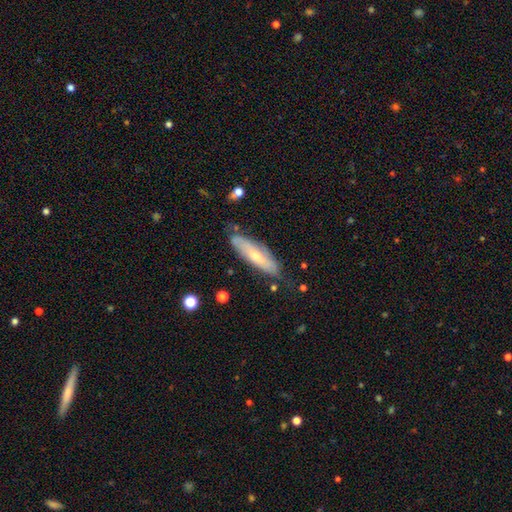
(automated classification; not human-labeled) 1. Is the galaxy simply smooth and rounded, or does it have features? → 47% smooth, 46% featured or disk, 7% star or artifact.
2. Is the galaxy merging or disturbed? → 73% none, 20% minor disturbance, 4% major disturbance, 3% merger.